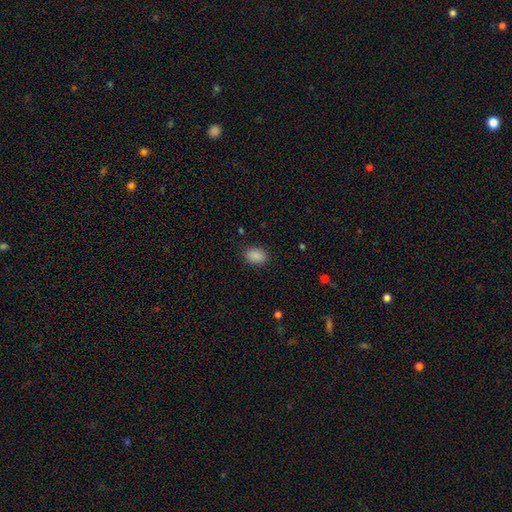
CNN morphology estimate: smooth 88%, star or artifact 8%, featured or disk 4%. Down the decision tree: how rounded — in between (76%); merging — none (87%).